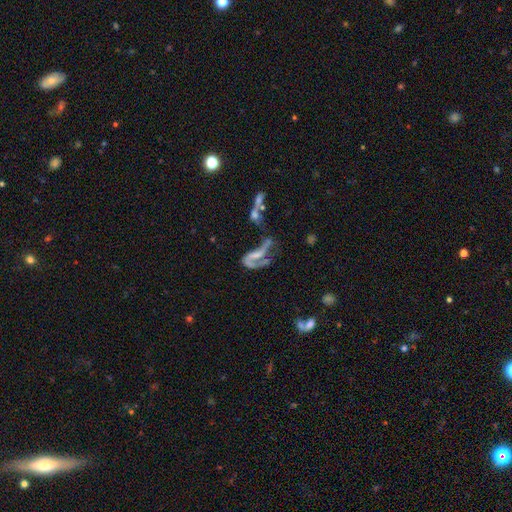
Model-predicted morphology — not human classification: Smooth or featured?
  - featured or disk: 70% *
  - smooth: 18%
  - star or artifact: 12%
Edge-on disk?
  - no: 93% *
  - yes: 7%
Bar?
  - no: 47% *
  - weak: 31%
  - strong: 22%
Spiral arms?
  - yes: 72% *
  - no: 28%
Bulge size?
  - none: 44% *
  - small: 33%
  - moderate: 18%
  - large: 3%
  - dominant: 2%
Merging?
  - major disturbance: 38% *
  - merger: 30%
  - none: 20%
  - minor disturbance: 12%